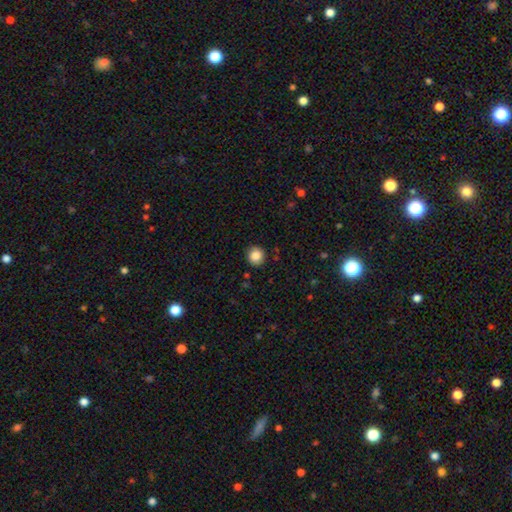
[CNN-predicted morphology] Overall: smooth (86%). How rounded: round (91%). Merging: none (90%).